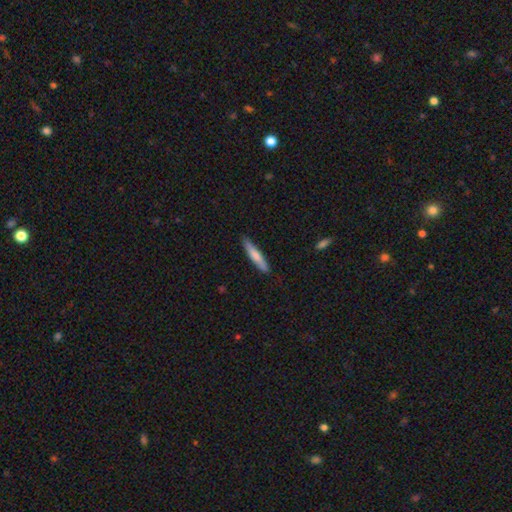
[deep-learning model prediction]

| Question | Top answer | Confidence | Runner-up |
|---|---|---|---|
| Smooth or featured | smooth | 72% | featured or disk (23%) |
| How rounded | cigar-shaped | 90% | in between (8%) |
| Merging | none | 87% | minor disturbance (10%) |